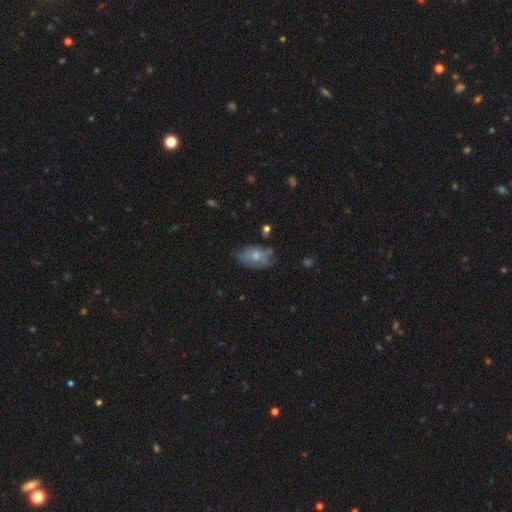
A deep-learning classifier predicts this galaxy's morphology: This is possibly a smooth galaxy (55%). How rounded: clearly in between (87%). Merging: possibly none (52%).